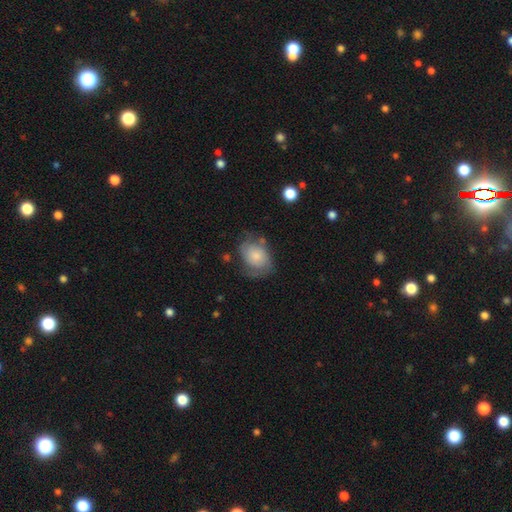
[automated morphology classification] Q: Smooth or featured?
A: smooth (60%); runner-up: featured or disk (33%)
Q: How rounded?
A: in between (69%); runner-up: round (30%)
Q: Merging?
A: none (47%); runner-up: minor disturbance (31%)